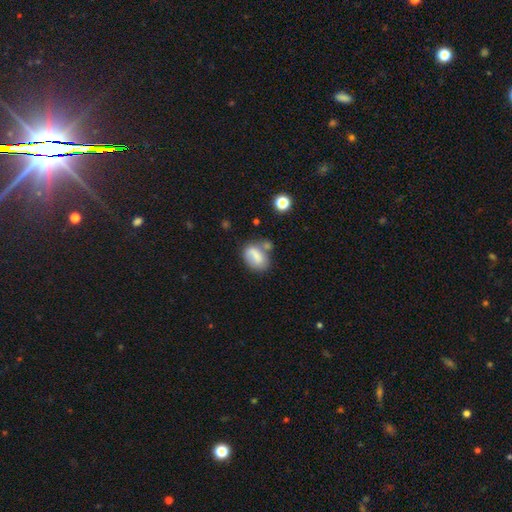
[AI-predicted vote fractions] smooth_or_featured: smooth (p=0.70) [alt: featured or disk p=0.20]
how_rounded: in between (p=0.80) [alt: round p=0.17]
merging: none (p=0.45) [alt: minor disturbance p=0.24]